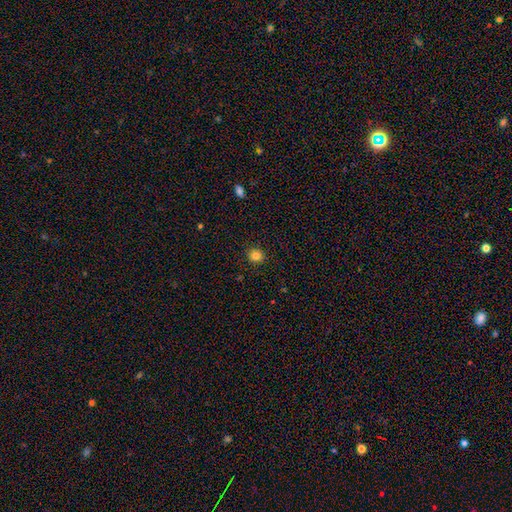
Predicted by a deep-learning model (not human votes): smooth 84%, star or artifact 12%, featured or disk 4%. Down the decision tree: how rounded — round (87%); merging — none (91%).